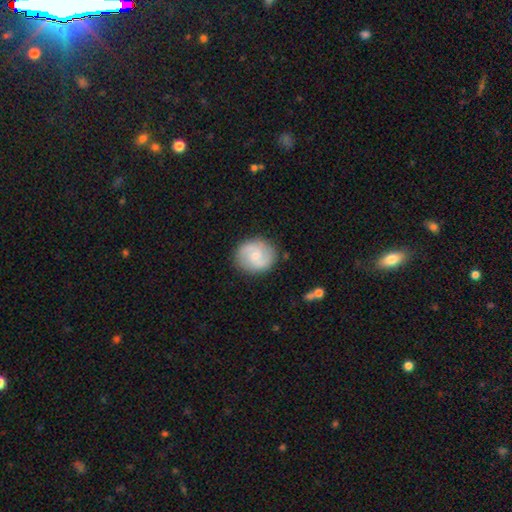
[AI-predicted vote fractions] smooth_or_featured: featured or disk (p=0.57) [alt: smooth p=0.37]
disk_edge_on: no (p=0.98) [alt: yes p=0.02]
bar: no (p=0.51) [alt: weak p=0.43]
has_spiral_arms: yes (p=0.88) [alt: no p=0.12]
bulge_size: small (p=0.53) [alt: moderate p=0.41]
merging: none (p=0.84) [alt: minor disturbance p=0.11]